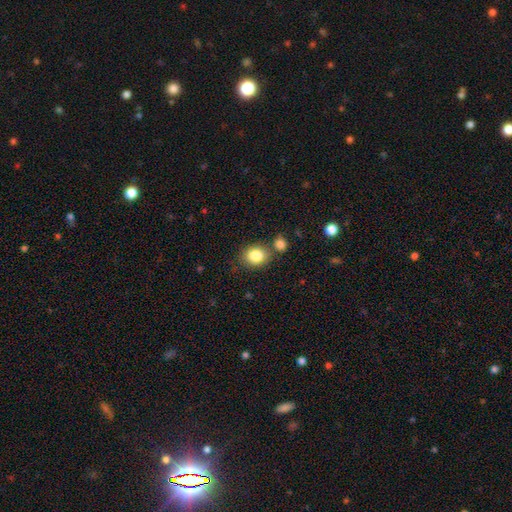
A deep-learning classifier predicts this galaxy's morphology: A smooth galaxy with no disk features (85%) that is round (58%).

Vote fractions:
- Smooth or featured? smooth: 85% / star or artifact: 9% / featured or disk: 6%
- How rounded? round: 58% / in between: 41% / cigar-shaped: 1%
- Merging? none: 70% / merger: 15% / minor disturbance: 12% / major disturbance: 3%